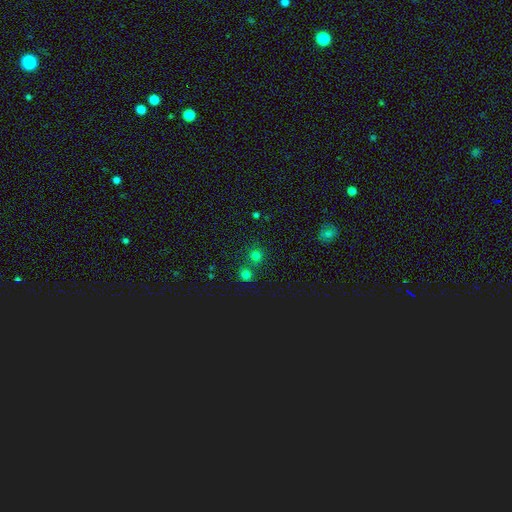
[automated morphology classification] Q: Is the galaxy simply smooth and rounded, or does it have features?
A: smooth — 69%.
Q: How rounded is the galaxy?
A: round — 90%.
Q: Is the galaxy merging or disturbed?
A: none — 65%.